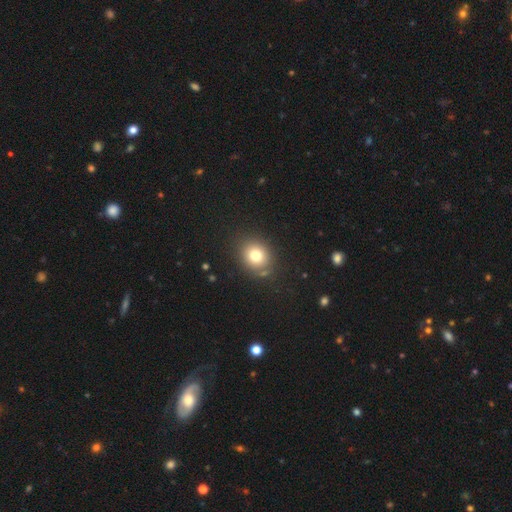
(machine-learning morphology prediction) smooth 77%, star or artifact 14%, featured or disk 10%. Down the decision tree: how rounded — round (73%); merging — none (83%).